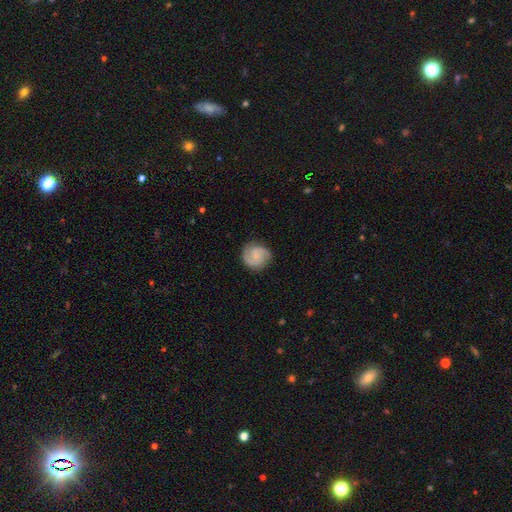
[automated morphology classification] featured or disk 80%, smooth 15%, star or artifact 6%. Down the decision tree: edge-on disk — no (98%); bar — no (58%); spiral arms — yes (97%); spiral arm count — 2 (89%); spiral winding — medium (49%); bulge size — small (47%); merging — none (85%).